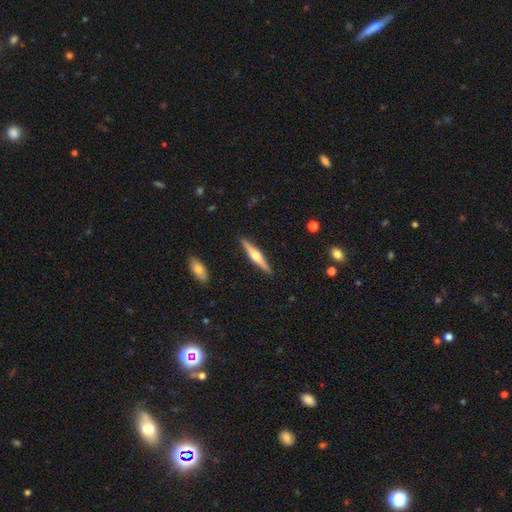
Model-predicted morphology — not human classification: type=featured or disk (66%); edge-on=yes (97%); edge-on bulge=rounded (93%); merging=none (91%).